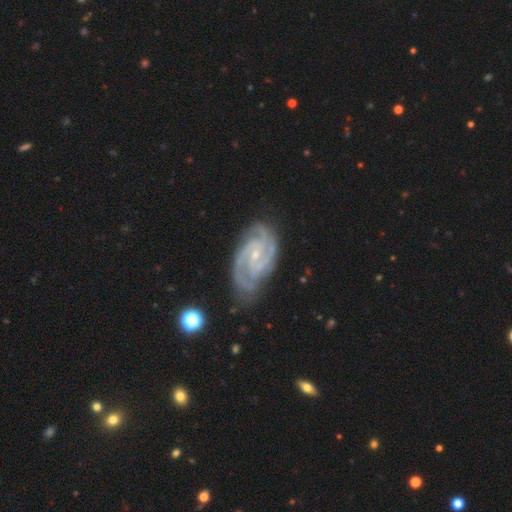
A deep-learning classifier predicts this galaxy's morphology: featured or disk 93%, star or artifact 4%, smooth 3%. Down the decision tree: edge-on disk — no (97%); bar — no (47%); spiral arms — yes (99%); spiral arm count — 2 (57%); spiral winding — tight (59%); bulge size — small (79%); merging — none (74%).